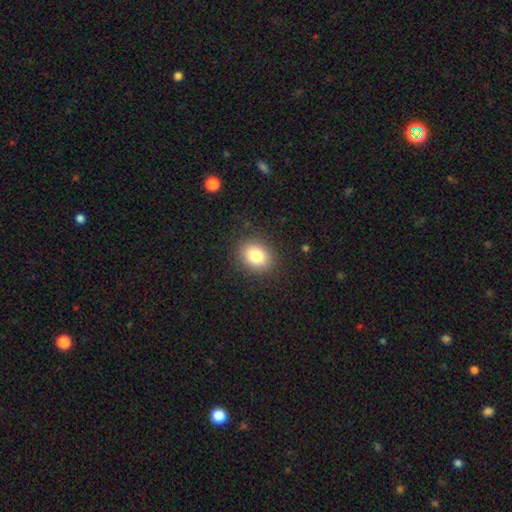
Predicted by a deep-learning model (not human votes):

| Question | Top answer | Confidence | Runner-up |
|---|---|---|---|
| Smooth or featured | smooth | 82% | star or artifact (10%) |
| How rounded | round | 53% | in between (46%) |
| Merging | none | 89% | minor disturbance (8%) |